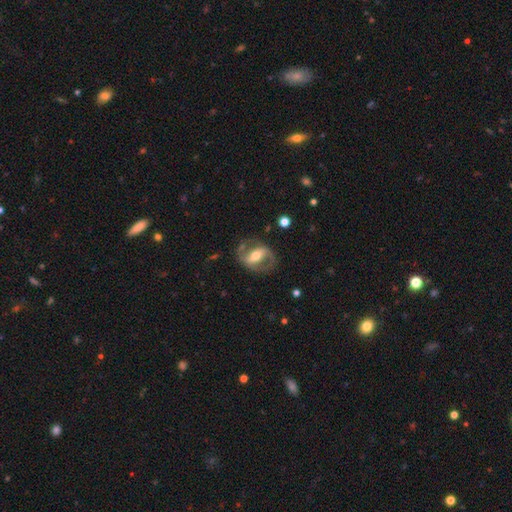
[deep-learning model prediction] Q: Smooth or featured?
A: featured or disk (77%); runner-up: smooth (18%)
Q: Edge-on disk?
A: no (93%); runner-up: yes (7%)
Q: Bar?
A: strong (55%); runner-up: weak (28%)
Q: Spiral arms?
A: yes (72%); runner-up: no (28%)
Q: Spiral winding?
A: medium (49%); runner-up: loose (28%)
Q: Spiral arm count?
A: 2 (83%); runner-up: can't tell (9%)
Q: Bulge size?
A: moderate (64%); runner-up: small (24%)
Q: Merging?
A: none (70%); runner-up: minor disturbance (16%)